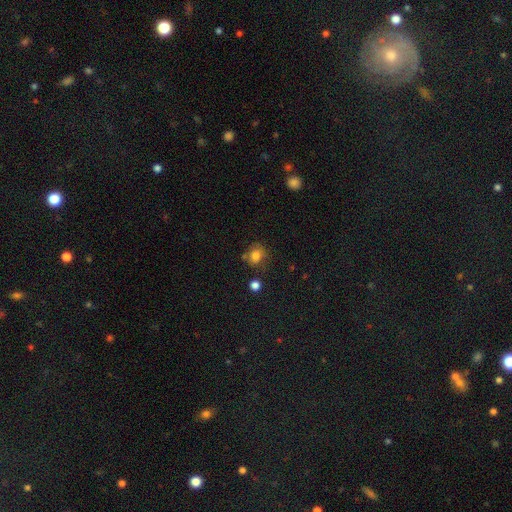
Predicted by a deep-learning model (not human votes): smooth 79%, star or artifact 11%, featured or disk 10%. Down the decision tree: how rounded — round (73%); merging — none (65%).